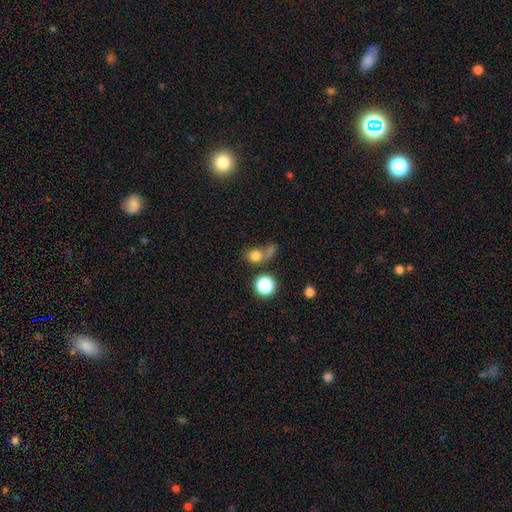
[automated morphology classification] This is likely a smooth galaxy (74%). How rounded: likely round (78%). Merging: marginally none (40%).